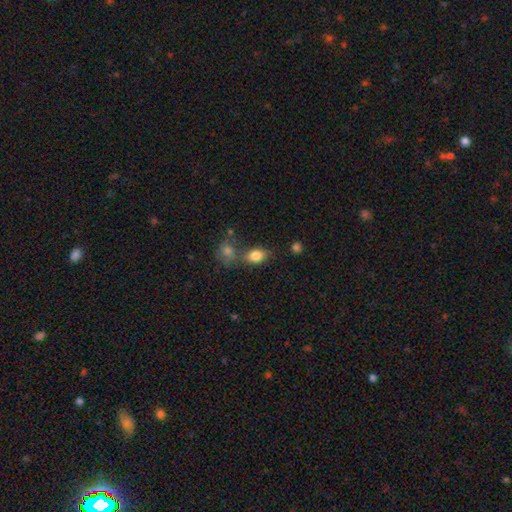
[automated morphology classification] type=smooth (83%); roundness=in between (79%); merging=none (55%).